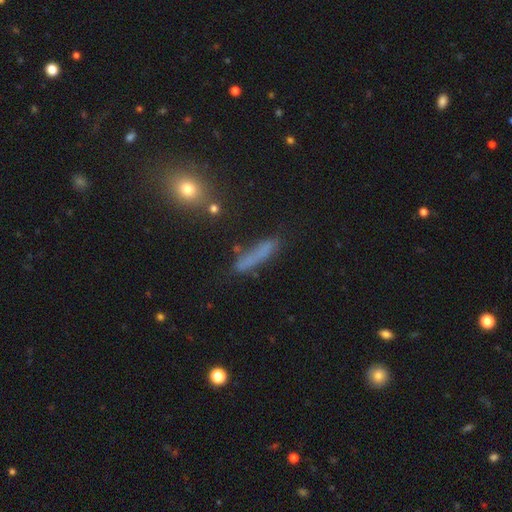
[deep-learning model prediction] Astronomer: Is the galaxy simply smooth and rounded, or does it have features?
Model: smooth — 61%.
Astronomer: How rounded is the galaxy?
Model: cigar-shaped — 87%.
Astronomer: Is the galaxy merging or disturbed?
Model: none — 69%.